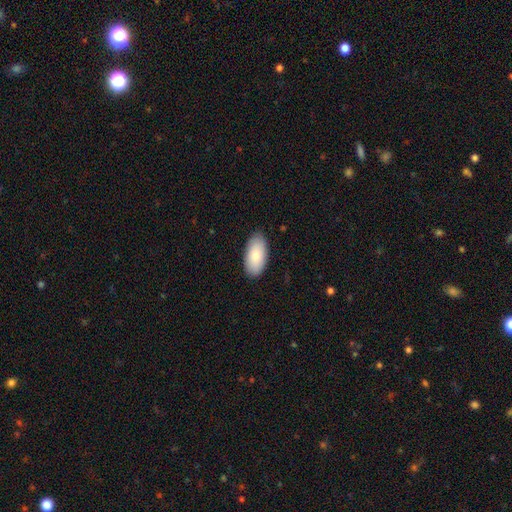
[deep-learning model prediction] smooth_or_featured: smooth (p=0.84) [alt: featured or disk p=0.10]
how_rounded: in between (p=0.95) [alt: cigar-shaped p=0.03]
merging: none (p=0.86) [alt: minor disturbance p=0.11]